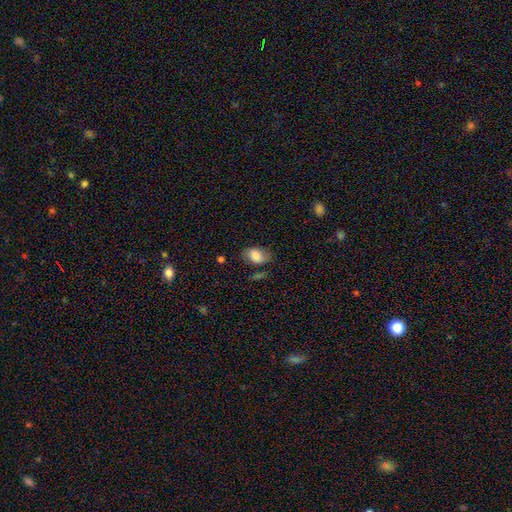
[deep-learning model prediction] Smooth or featured: smooth — 74% (featured or disk — 18%)
How rounded: in between — 87% (round — 11%)
Merging: none — 63% (minor disturbance — 24%)